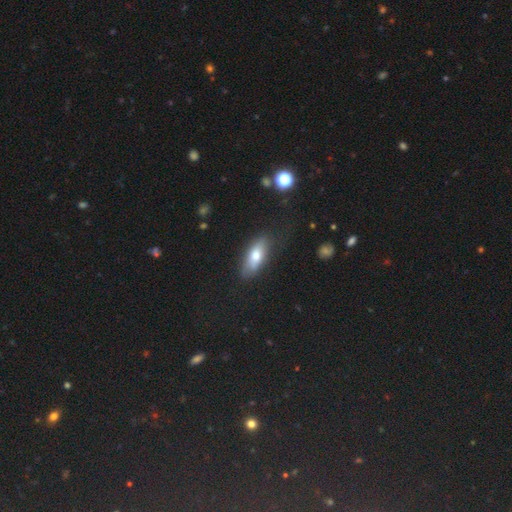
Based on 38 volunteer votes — smooth 74%, featured or disk 21%, star or artifact 5%. Down the decision tree: how rounded — in between (64%); merging — none (67%).